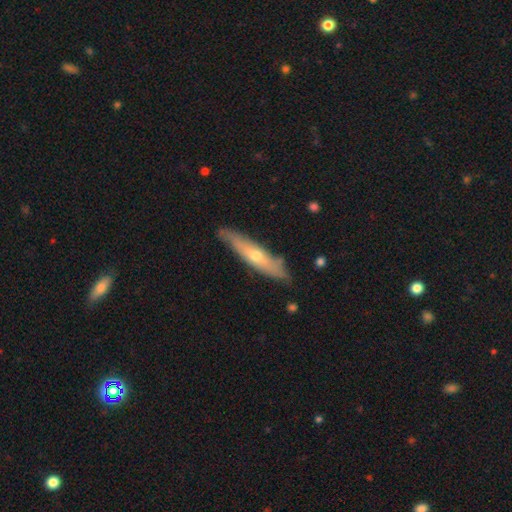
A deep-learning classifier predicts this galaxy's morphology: A featured or disk galaxy (56%) viewed edge-on (75%). Merging: none (81%).